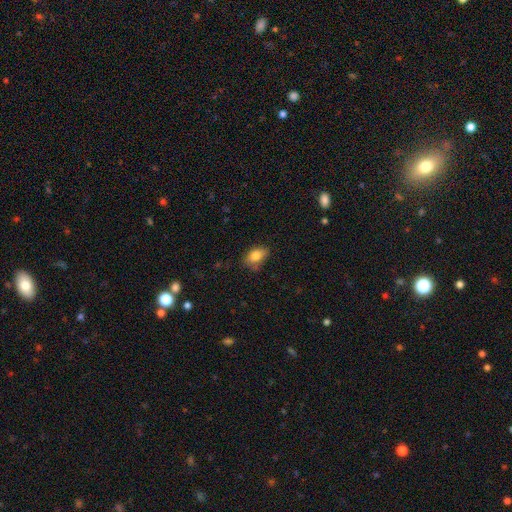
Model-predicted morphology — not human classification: smooth-or-featured: smooth: 83% | featured or disk: 9% | star or artifact: 8%
  how-rounded: in between: 84% | round: 14% | cigar-shaped: 2%
  merging: none: 65% | minor disturbance: 27% | major disturbance: 6% | merger: 2%